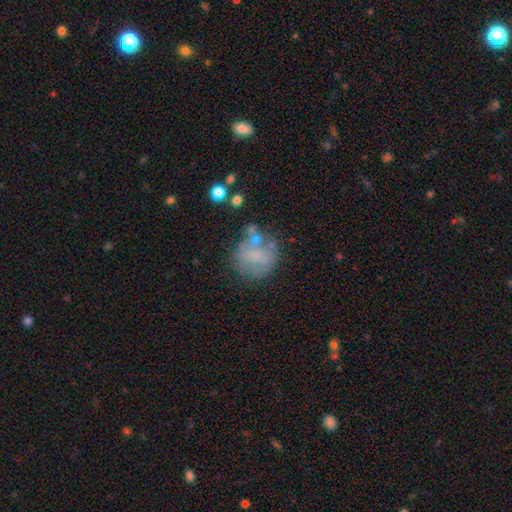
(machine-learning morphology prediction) This is possibly a smooth galaxy (49%). Merging: possibly none (46%).